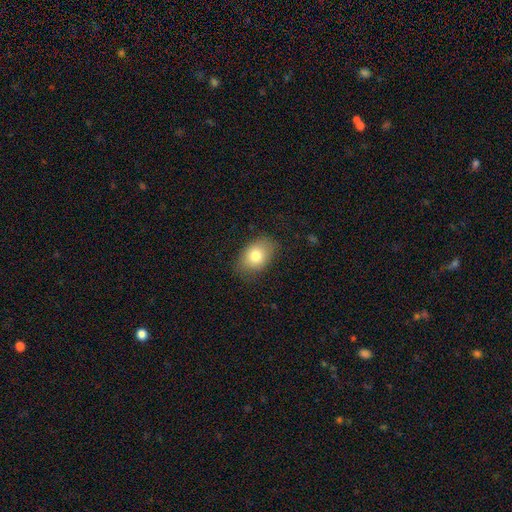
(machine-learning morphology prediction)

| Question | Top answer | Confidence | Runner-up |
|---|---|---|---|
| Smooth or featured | smooth | 80% | featured or disk (12%) |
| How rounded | in between | 81% | round (18%) |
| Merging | none | 80% | minor disturbance (16%) |